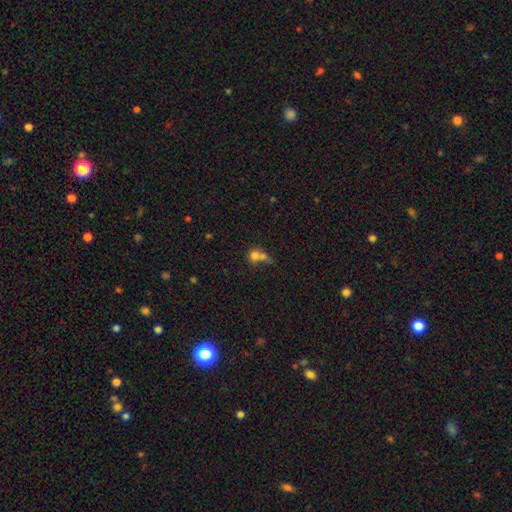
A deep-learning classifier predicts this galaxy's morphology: Smooth or featured: smooth — 71% (featured or disk — 16%)
How rounded: round — 75% (in between — 23%)
Merging: merger — 60% (none — 26%)